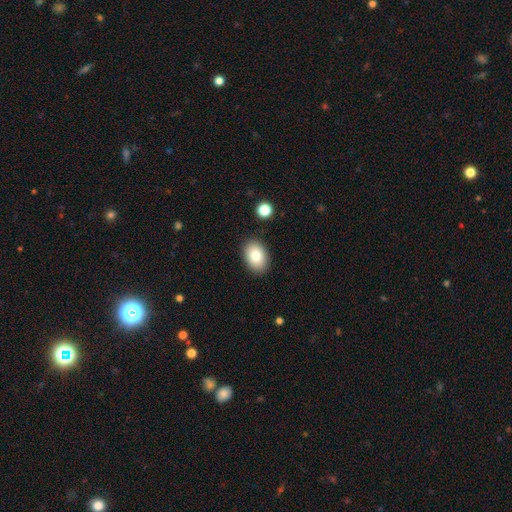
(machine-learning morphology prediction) Q: Smooth or featured?
A: smooth (82%); runner-up: featured or disk (10%)
Q: How rounded?
A: in between (84%); runner-up: round (15%)
Q: Merging?
A: none (88%); runner-up: minor disturbance (8%)